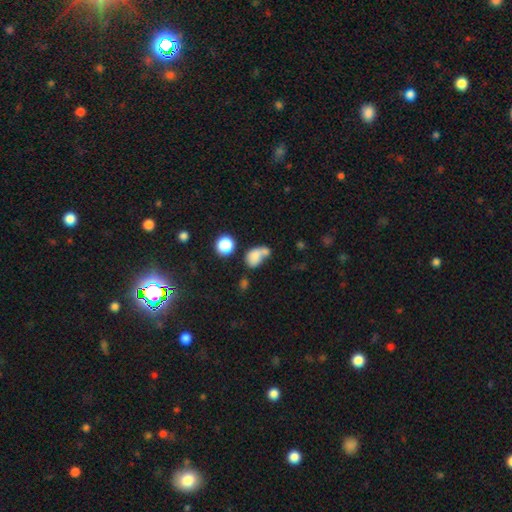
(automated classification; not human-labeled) The model was most divided on "merging": merger: 41%, none: 28%, major disturbance: 16%, minor disturbance: 15%. More confident: smooth or featured — smooth (74%); how rounded — in between (68%).